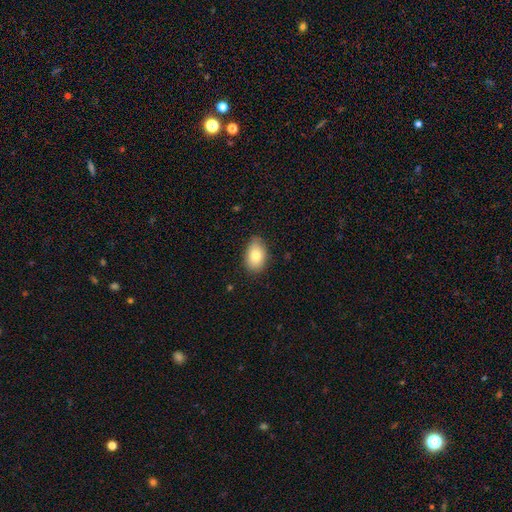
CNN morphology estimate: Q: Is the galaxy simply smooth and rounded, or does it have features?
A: smooth — 81%.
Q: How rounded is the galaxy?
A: in between — 86%.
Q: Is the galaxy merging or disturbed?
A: none — 78%.